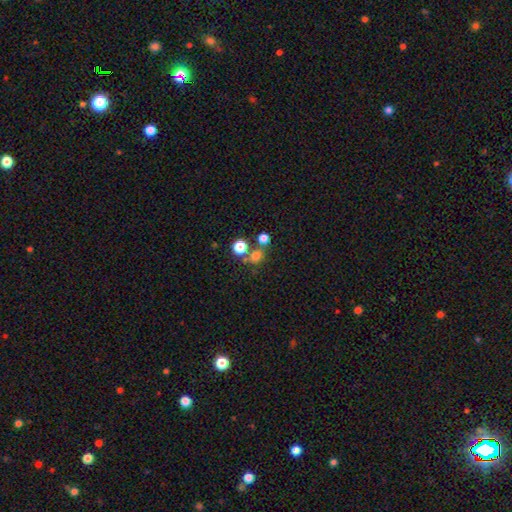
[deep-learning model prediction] This is likely a smooth galaxy (71%). How rounded: clearly round (81%). Merging: possibly none (60%).